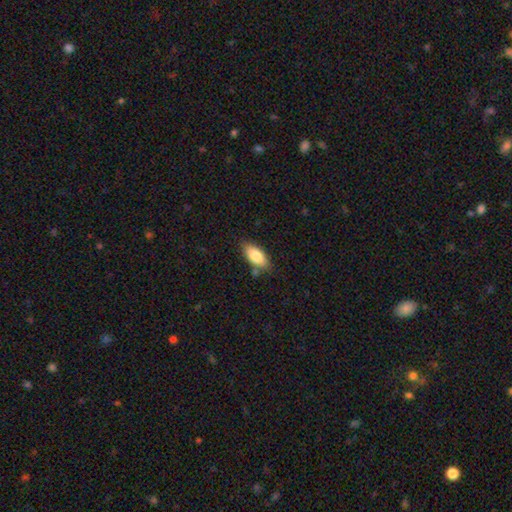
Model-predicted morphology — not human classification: A smooth galaxy with no disk features (82%) that is in between round and cigar-shaped (89%).

Vote fractions:
- Smooth or featured? smooth: 82% / featured or disk: 11% / star or artifact: 7%
- How rounded? in between: 89% / cigar-shaped: 9% / round: 2%
- Merging? none: 77% / minor disturbance: 15% / merger: 5% / major disturbance: 3%